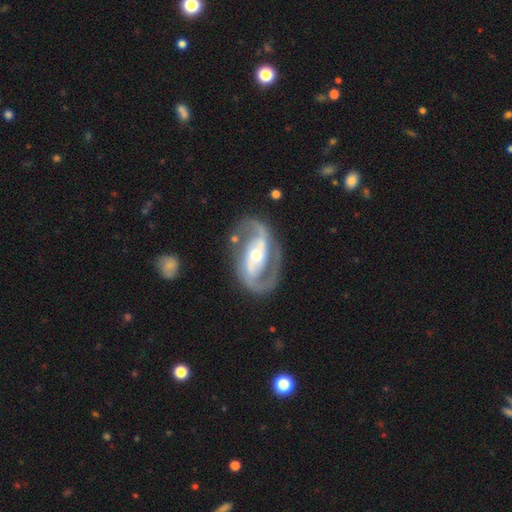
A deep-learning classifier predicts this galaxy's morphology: smooth-or-featured: featured or disk: 91% | smooth: 5% | star or artifact: 4%
  disk-edge-on: no: 97% | yes: 3%
    bar: strong: 45% | weak: 29% | no: 26%
    has-spiral-arms: yes: 97% | no: 3%
      spiral-winding: medium: 55% | tight: 23% | loose: 22%
      spiral-arm-count: 2: 93% | can't tell: 2% | 1: 2% | 3: 1% | 4: 1% | more than 4: 1%
    bulge-size: moderate: 61% | small: 32% | large: 5% | dominant: 1% | none: 1%
  merging: none: 78% | minor disturbance: 13% | major disturbance: 6% | merger: 2%